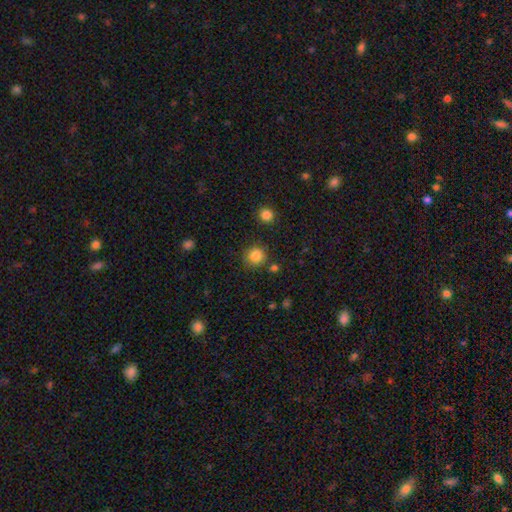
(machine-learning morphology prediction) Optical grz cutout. It shows a smooth galaxy with no disk features (85%) that is round (91%). Merging: none (83%).